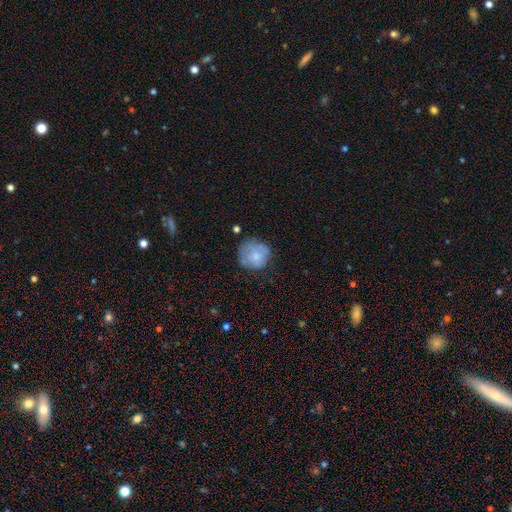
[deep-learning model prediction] The model was most divided on "merging": none: 66%, minor disturbance: 23%, major disturbance: 8%, merger: 2%. More confident: how rounded — round (89%); smooth or featured — smooth (67%).